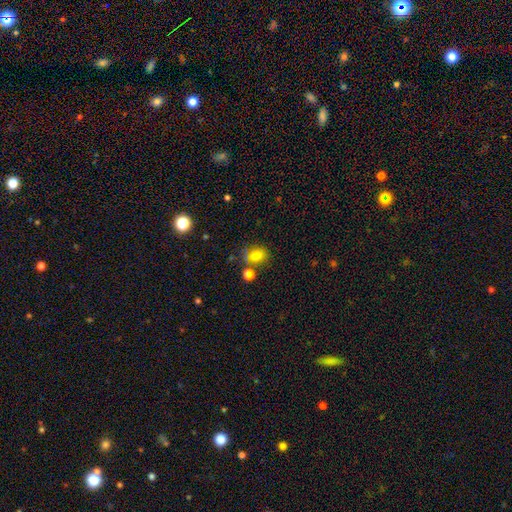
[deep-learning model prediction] This is likely a smooth galaxy (75%). How rounded: possibly round (54%). Merging: possibly none (58%).